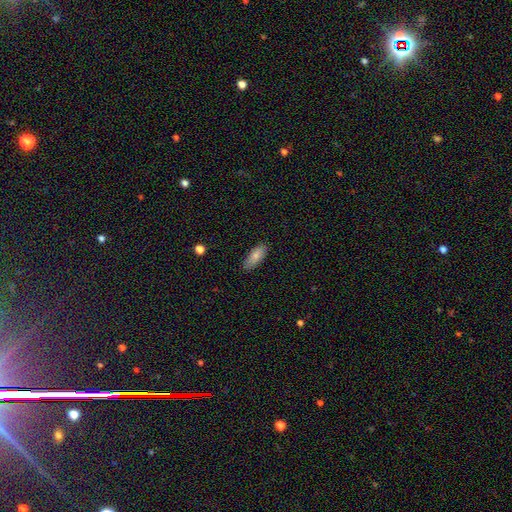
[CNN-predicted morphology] A smooth galaxy with no disk features (83%) that is in between round and cigar-shaped (74%). Merging: none (86%).